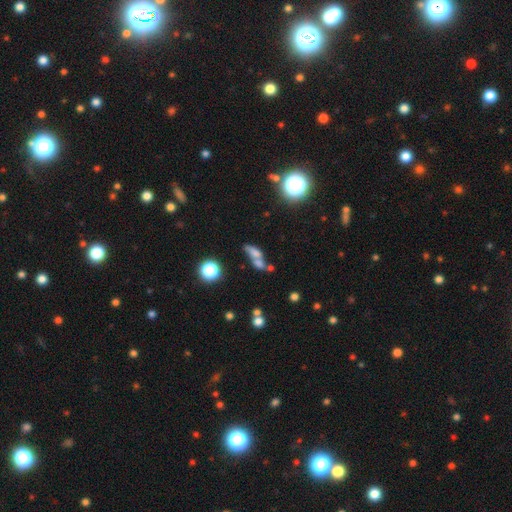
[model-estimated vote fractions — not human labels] Q: Smooth or featured?
A: smooth (58%); runner-up: featured or disk (25%)
Q: How rounded?
A: in between (58%); runner-up: cigar-shaped (24%)
Q: Merging?
A: merger (54%); runner-up: none (25%)